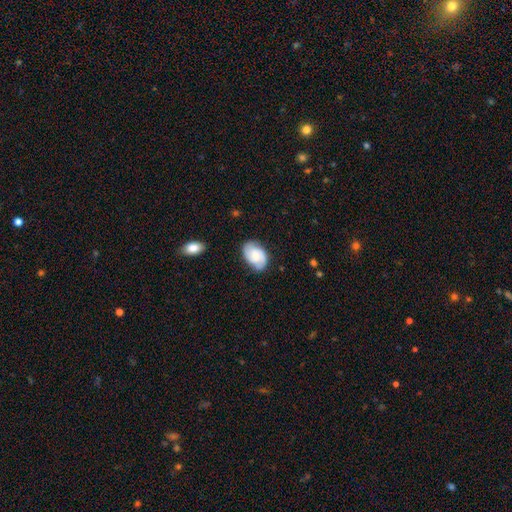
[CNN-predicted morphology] This appears to be a featured or disk galaxy (58%) with no bar (62%), 2 (72%) medium (44%) spiral arms (92%) and a small central bulge (41%). Merging: none (74%).